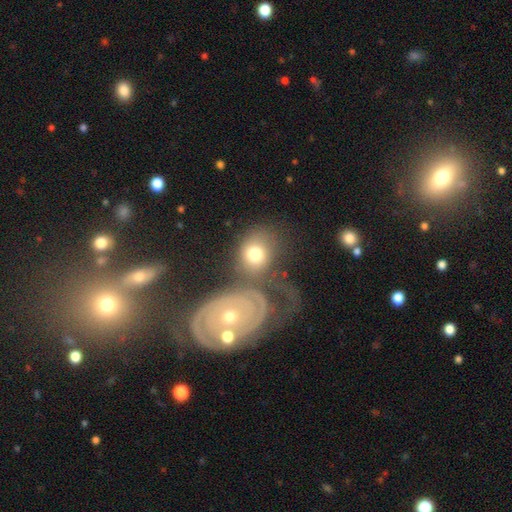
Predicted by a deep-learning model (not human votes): This is possibly a smooth galaxy (46%). Merging: marginally none (40%).